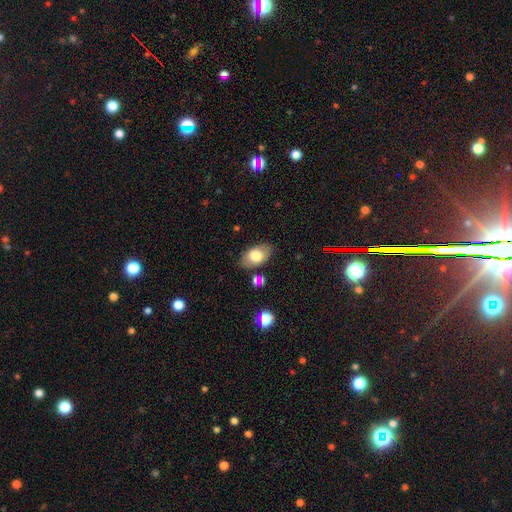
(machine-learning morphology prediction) smooth_or_featured: smooth (p=0.74) [alt: featured or disk p=0.19]
how_rounded: in between (p=0.92) [alt: round p=0.07]
merging: none (p=0.80) [alt: minor disturbance p=0.13]